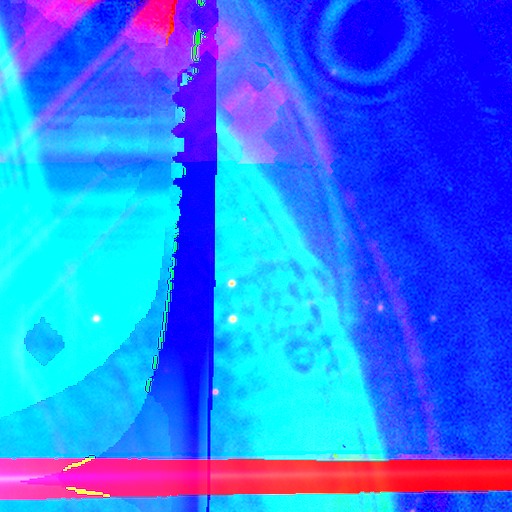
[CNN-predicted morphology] Q: Smooth or featured?
A: star or artifact (87%); runner-up: featured or disk (7%)